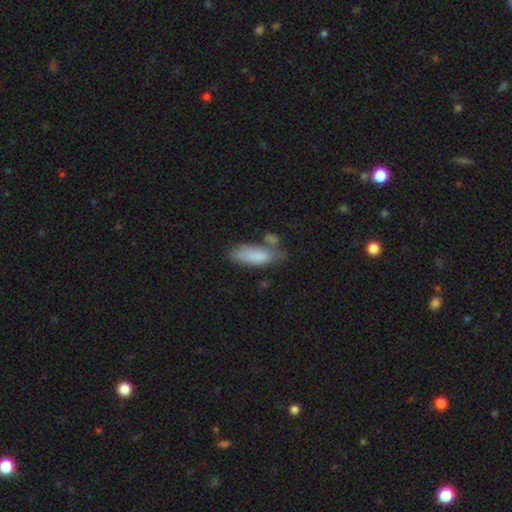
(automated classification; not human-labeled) This appears to be a smooth galaxy with no disk features (82%) that is in between round and cigar-shaped (69%). Merging: none (46%).